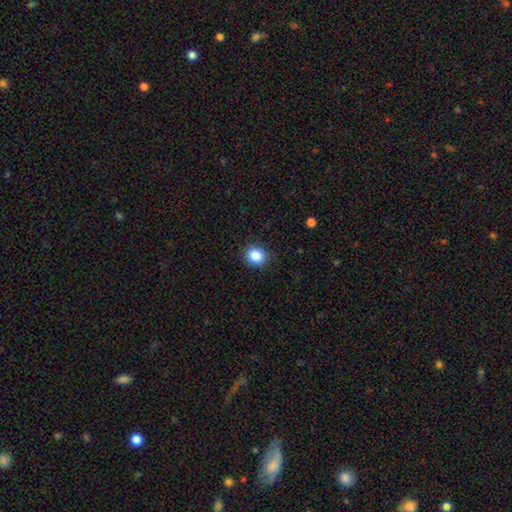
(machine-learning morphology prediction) Q: Smooth or featured?
A: smooth (86%); runner-up: star or artifact (9%)
Q: How rounded?
A: round (74%); runner-up: in between (25%)
Q: Merging?
A: none (89%); runner-up: minor disturbance (8%)